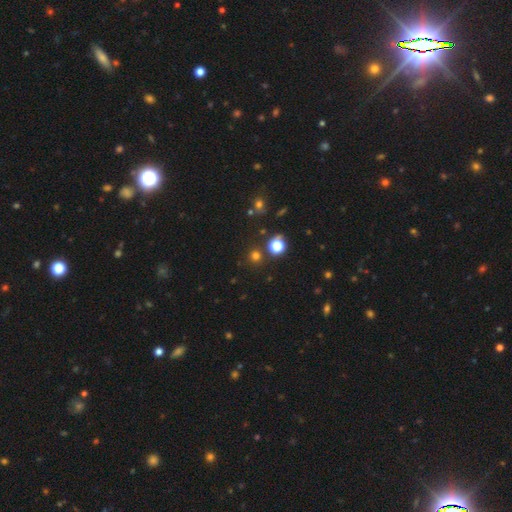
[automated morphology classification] The model was most divided on "smooth or featured": smooth: 69%, star or artifact: 26%, featured or disk: 5%. More confident: how rounded — round (93%); merging — none (84%).